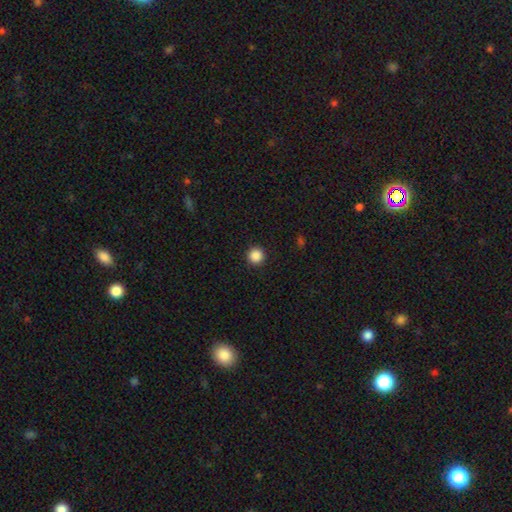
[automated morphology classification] Overall: smooth (88%). How rounded: round (96%). Merging: none (93%).